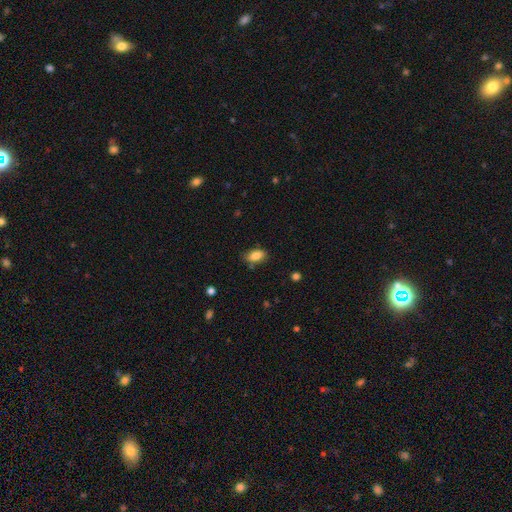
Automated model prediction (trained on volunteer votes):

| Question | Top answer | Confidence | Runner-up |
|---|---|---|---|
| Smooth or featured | smooth | 85% | star or artifact (8%) |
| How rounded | in between | 89% | round (6%) |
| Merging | none | 76% | minor disturbance (17%) |